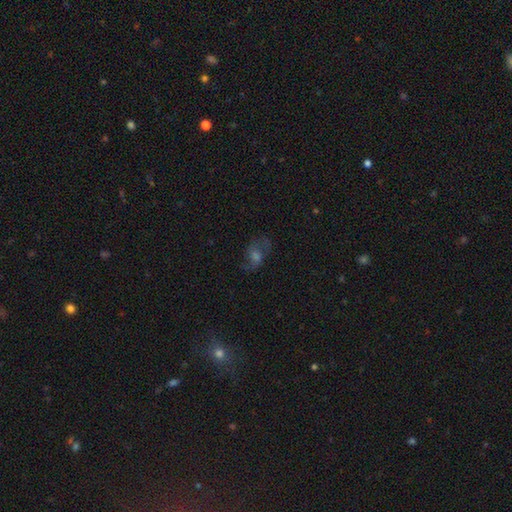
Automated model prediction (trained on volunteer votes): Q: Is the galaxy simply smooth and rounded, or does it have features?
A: featured or disk — 51%.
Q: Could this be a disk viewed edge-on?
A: no — 95%.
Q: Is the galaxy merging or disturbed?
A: none — 68%.